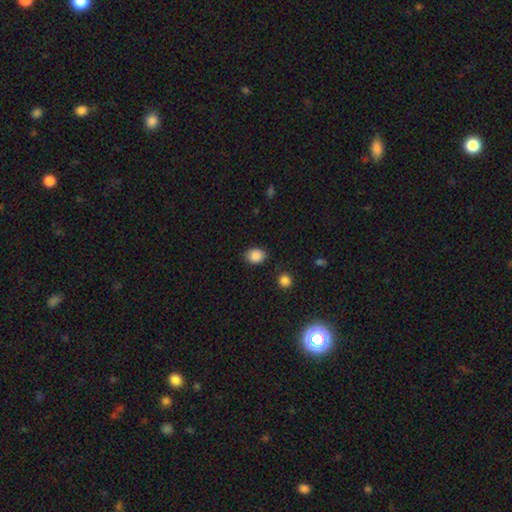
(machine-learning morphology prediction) smooth_or_featured: smooth (p=0.87) [alt: star or artifact p=0.09]
how_rounded: in between (p=0.57) [alt: round p=0.42]
merging: none (p=0.85) [alt: minor disturbance p=0.10]